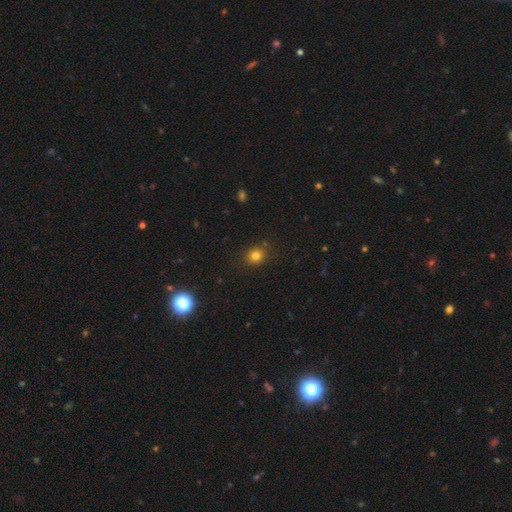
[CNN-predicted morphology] Smooth or featured?
  - smooth: 79% *
  - star or artifact: 15%
  - featured or disk: 6%
How rounded?
  - round: 76% *
  - in between: 23%
  - cigar-shaped: 1%
Merging?
  - none: 86% *
  - minor disturbance: 10%
  - major disturbance: 3%
  - merger: 2%